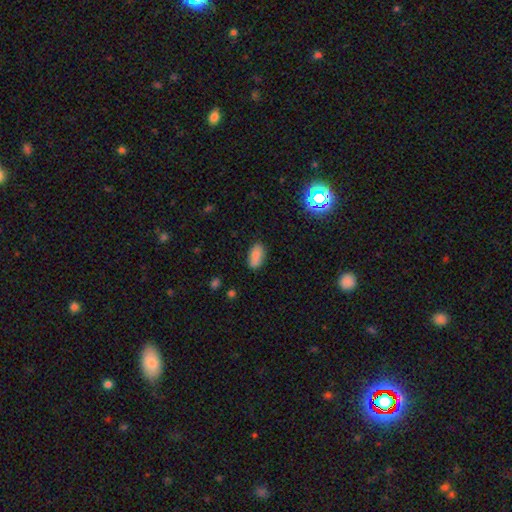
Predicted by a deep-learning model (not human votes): The model was most divided on "merging": none: 84%, minor disturbance: 12%, major disturbance: 3%, merger: 2%. More confident: how rounded — in between (92%); smooth or featured — smooth (85%).